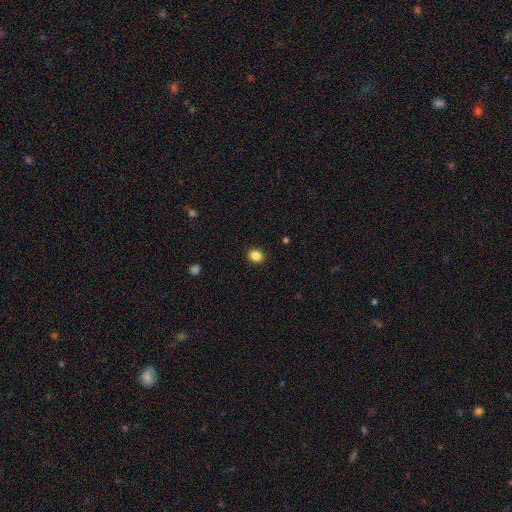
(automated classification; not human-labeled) This appears to be a smooth galaxy with no disk features (86%) that is round (51%). Merging: none (90%).